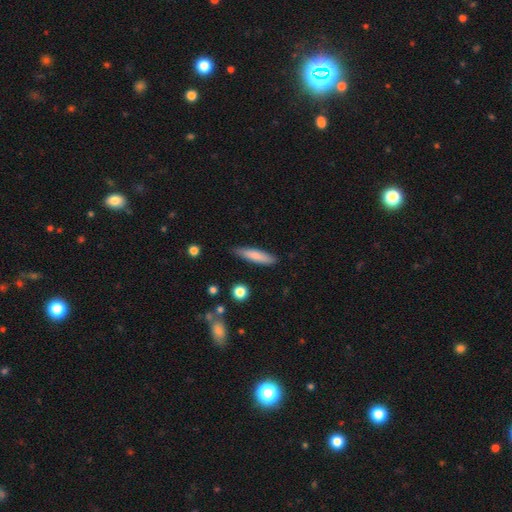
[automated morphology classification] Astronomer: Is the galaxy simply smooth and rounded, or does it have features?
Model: smooth — 80%.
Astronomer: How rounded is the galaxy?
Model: cigar-shaped — 79%.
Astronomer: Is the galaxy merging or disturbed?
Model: none — 83%.